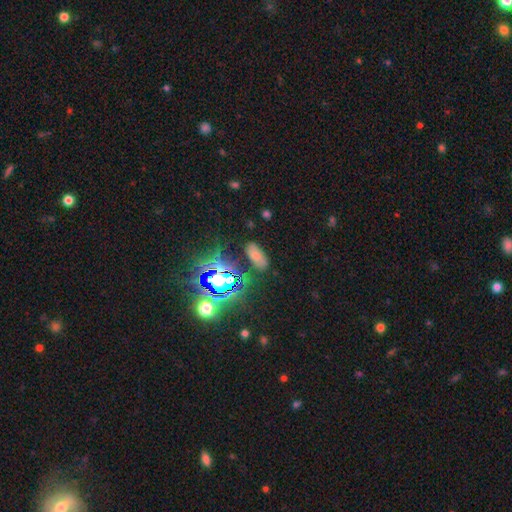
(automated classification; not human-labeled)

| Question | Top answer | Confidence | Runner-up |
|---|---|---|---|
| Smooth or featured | smooth | 61% | star or artifact (27%) |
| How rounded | in between | 86% | cigar-shaped (10%) |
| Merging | none | 81% | minor disturbance (12%) |